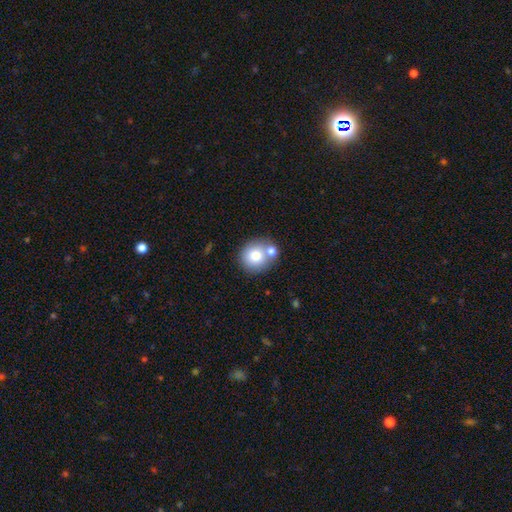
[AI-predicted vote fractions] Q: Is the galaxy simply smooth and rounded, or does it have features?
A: smooth — 76%.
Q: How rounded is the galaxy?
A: round — 85%.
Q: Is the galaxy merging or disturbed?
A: none — 60%.